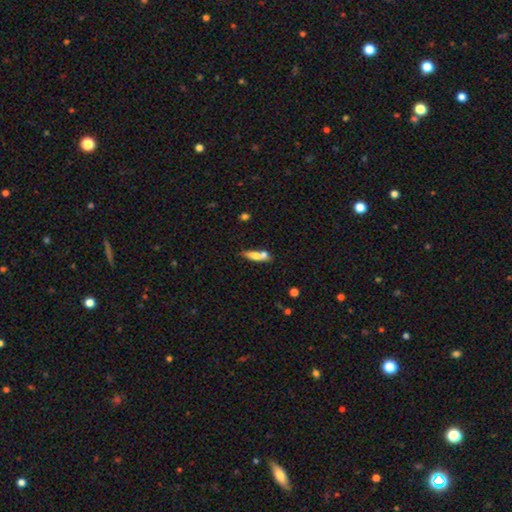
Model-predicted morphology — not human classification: smooth 64%, featured or disk 29%, star or artifact 8%. Down the decision tree: how rounded — cigar-shaped (61%); merging — none (47%).